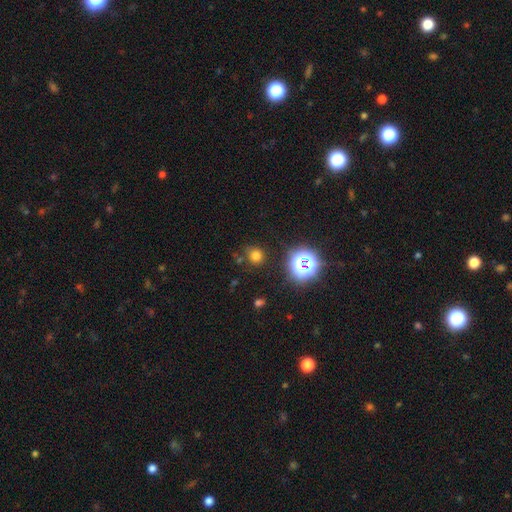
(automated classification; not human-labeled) Smooth or featured?
  - smooth: 68% *
  - star or artifact: 26%
  - featured or disk: 6%
How rounded?
  - round: 88% *
  - in between: 11%
  - cigar-shaped: 1%
Merging?
  - none: 80% *
  - minor disturbance: 11%
  - merger: 4%
  - major disturbance: 4%